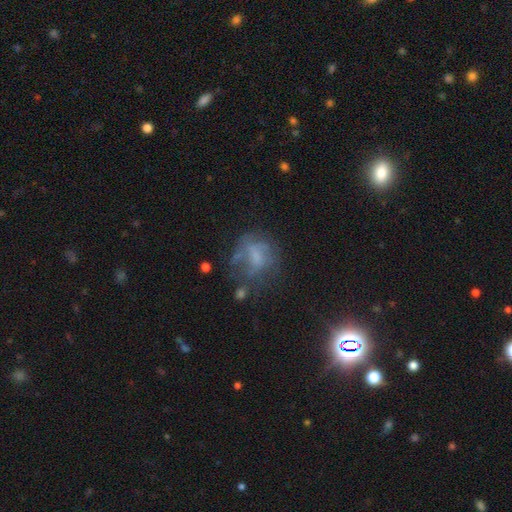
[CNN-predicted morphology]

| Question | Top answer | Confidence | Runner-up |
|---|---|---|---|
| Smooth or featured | featured or disk | 45% | smooth (37%) |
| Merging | none | 44% | major disturbance (28%) |